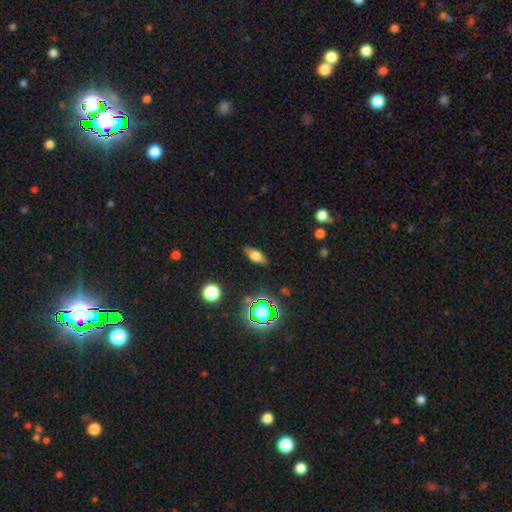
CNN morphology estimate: Smooth or featured: smooth — 62% (featured or disk — 24%)
How rounded: in between — 74% (cigar-shaped — 18%)
Merging: none — 85% (minor disturbance — 11%)